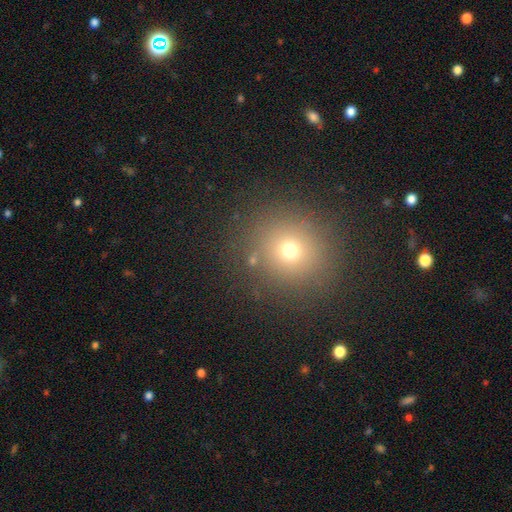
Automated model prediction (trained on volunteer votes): This appears to be a smooth galaxy with no disk features (66%) that is round (89%). Merging: none (87%).